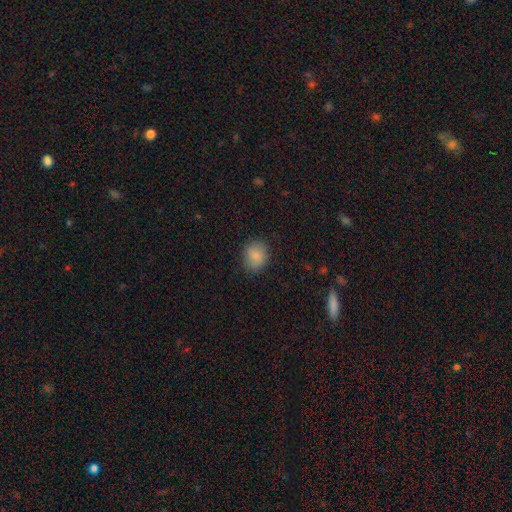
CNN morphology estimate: Smooth or featured?
  - smooth: 86% *
  - star or artifact: 8%
  - featured or disk: 6%
How rounded?
  - round: 72% *
  - in between: 27%
  - cigar-shaped: 1%
Merging?
  - none: 85% *
  - minor disturbance: 11%
  - major disturbance: 3%
  - merger: 1%